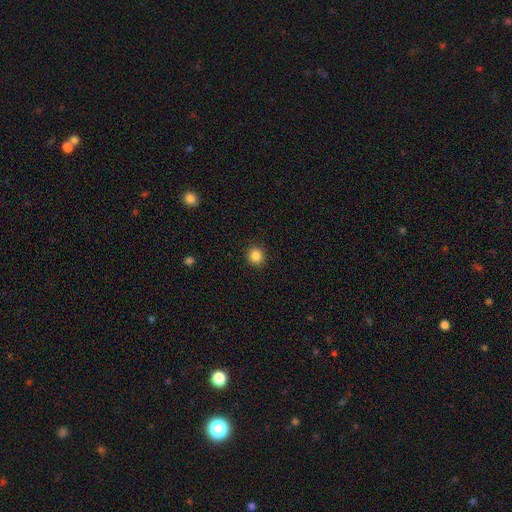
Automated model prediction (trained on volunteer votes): Morphology: type=smooth (86%); roundness=round (92%); merging=none (92%).